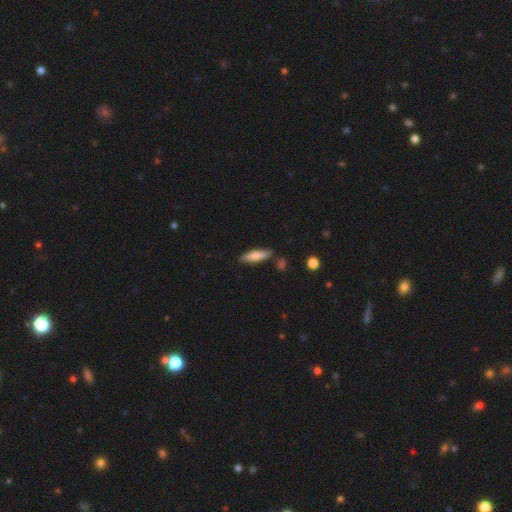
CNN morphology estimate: smooth_or_featured: smooth (p=0.72) [alt: featured or disk p=0.22]
how_rounded: cigar-shaped (p=0.67) [alt: in between p=0.31]
merging: none (p=0.80) [alt: minor disturbance p=0.13]